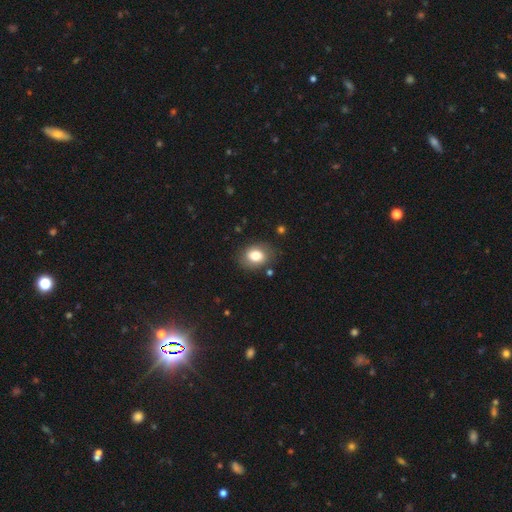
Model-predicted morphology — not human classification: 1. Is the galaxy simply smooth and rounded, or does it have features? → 79% smooth, 12% featured or disk, 9% star or artifact.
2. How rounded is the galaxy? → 54% in between, 45% round, 1% cigar-shaped.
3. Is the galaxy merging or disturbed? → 82% none, 13% minor disturbance, 4% major disturbance, 2% merger.